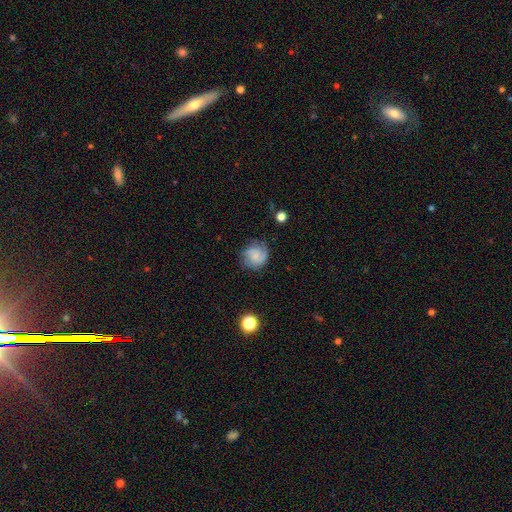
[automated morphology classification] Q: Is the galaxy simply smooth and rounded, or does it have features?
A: smooth — 52%.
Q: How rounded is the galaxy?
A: round — 85%.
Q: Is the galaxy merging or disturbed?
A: none — 71%.